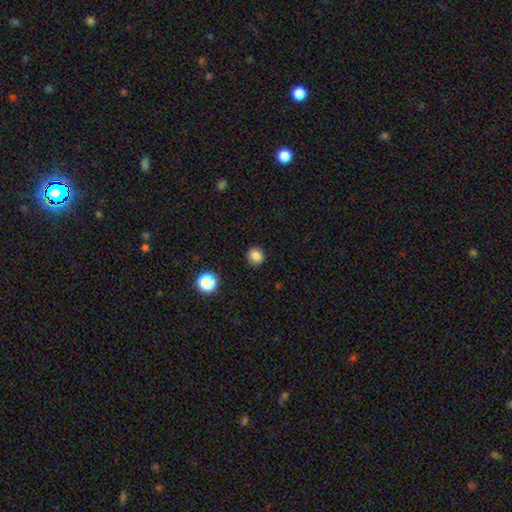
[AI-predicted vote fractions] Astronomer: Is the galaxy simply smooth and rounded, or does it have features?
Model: smooth — 84%.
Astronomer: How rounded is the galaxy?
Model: round — 84%.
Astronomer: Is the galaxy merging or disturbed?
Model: none — 89%.